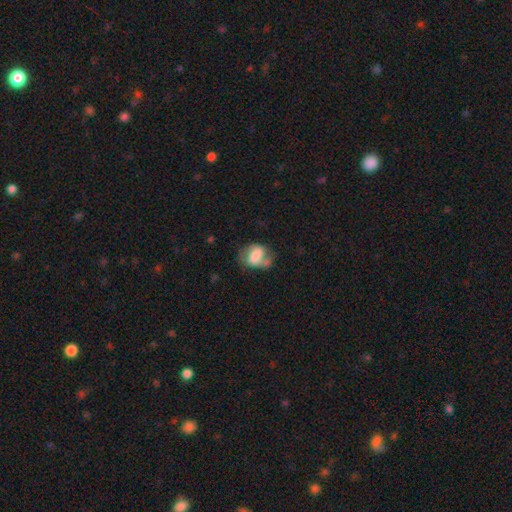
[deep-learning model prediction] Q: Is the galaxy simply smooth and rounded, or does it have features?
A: smooth — 56%.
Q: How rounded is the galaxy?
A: in between — 71%.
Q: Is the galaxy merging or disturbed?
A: none — 34%.